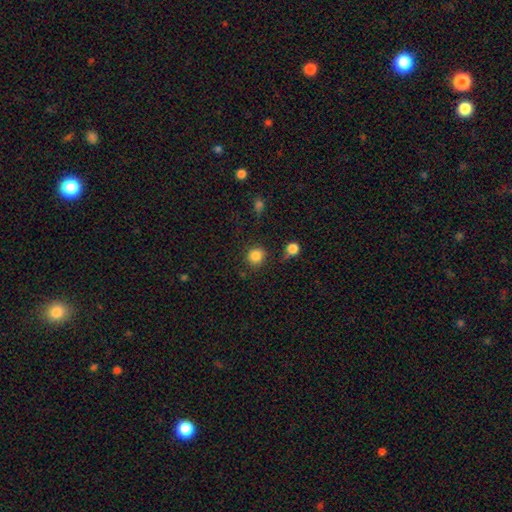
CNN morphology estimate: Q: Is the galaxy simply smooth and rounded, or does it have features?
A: smooth — 85%.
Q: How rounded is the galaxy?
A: round — 89%.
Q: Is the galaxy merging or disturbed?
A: none — 81%.